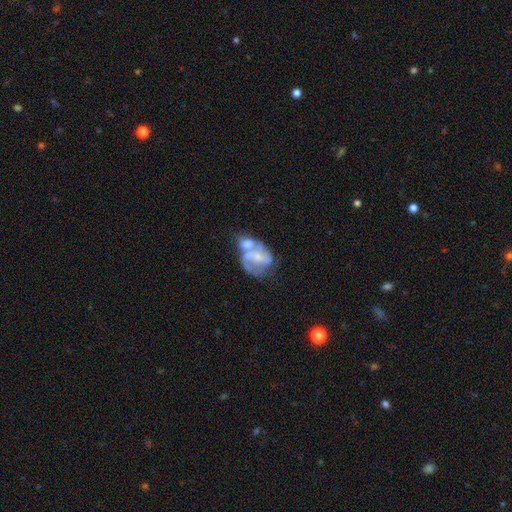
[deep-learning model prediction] The model was most divided on "spiral arms": yes: 53%, no: 47%. Remaining: edge-on disk — no (98%); bar — no (68%); smooth or featured — featured or disk (64%); merging — merger (54%); bulge size — small (37%).